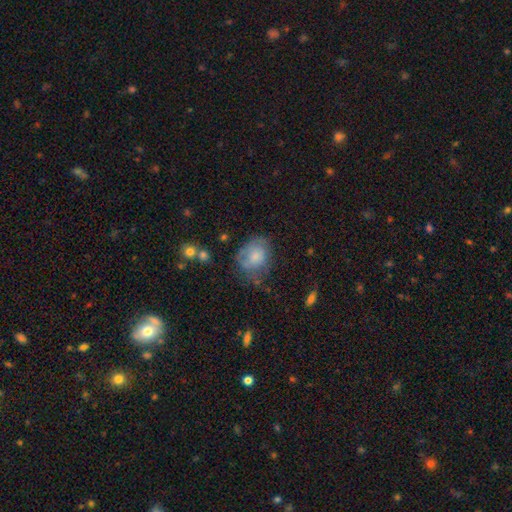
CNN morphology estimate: Q: Smooth or featured?
A: smooth (61%); runner-up: featured or disk (28%)
Q: How rounded?
A: round (53%); runner-up: in between (46%)
Q: Merging?
A: none (48%); runner-up: minor disturbance (31%)